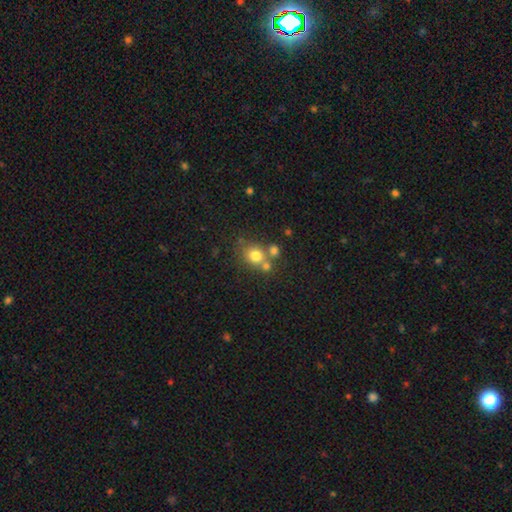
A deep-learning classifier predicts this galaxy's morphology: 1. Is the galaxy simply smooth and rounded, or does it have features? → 74% smooth, 14% star or artifact, 12% featured or disk.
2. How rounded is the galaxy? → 72% round, 27% in between, 1% cigar-shaped.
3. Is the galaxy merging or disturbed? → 54% none, 31% merger, 11% minor disturbance, 5% major disturbance.